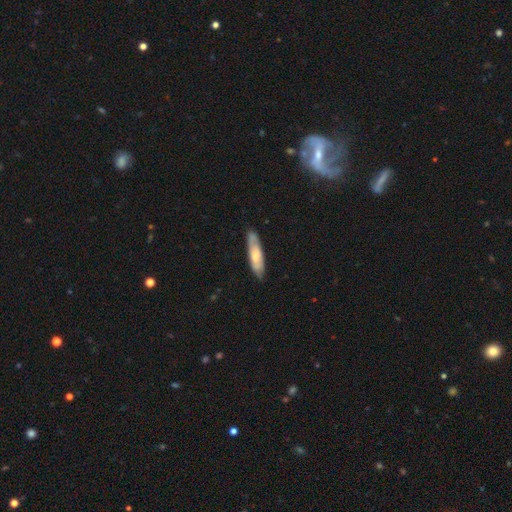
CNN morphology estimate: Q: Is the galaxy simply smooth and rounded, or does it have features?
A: smooth — 55%.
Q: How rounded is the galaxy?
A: cigar-shaped — 66%.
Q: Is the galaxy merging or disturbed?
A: none — 79%.